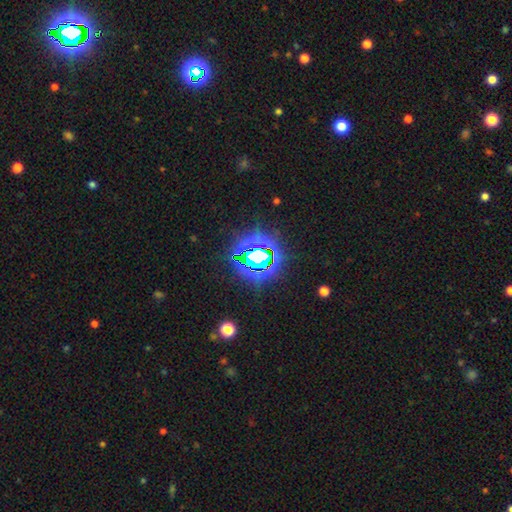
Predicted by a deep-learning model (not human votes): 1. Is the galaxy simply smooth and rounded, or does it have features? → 76% star or artifact, 14% smooth, 10% featured or disk.